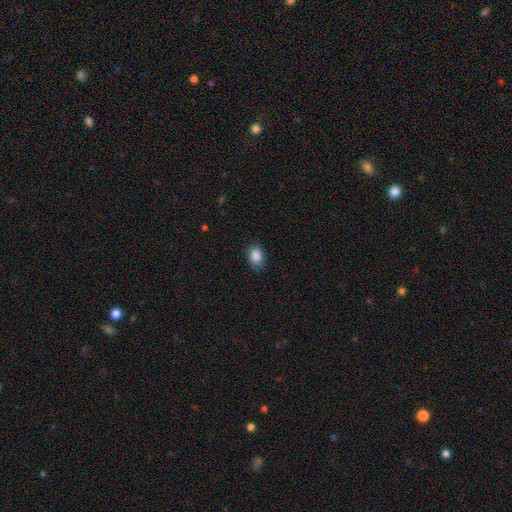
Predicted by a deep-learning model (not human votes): smooth_or_featured: smooth (p=0.87) [alt: star or artifact p=0.08]
how_rounded: in between (p=0.80) [alt: round p=0.19]
merging: none (p=0.81) [alt: minor disturbance p=0.15]